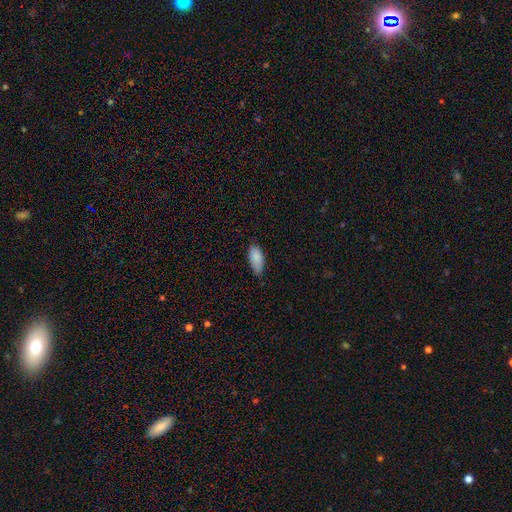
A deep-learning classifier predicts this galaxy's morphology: The model was most divided on "merging": none: 67%, minor disturbance: 28%, major disturbance: 4%, merger: 1%. More confident: smooth or featured — smooth (86%); how rounded — in between (85%).